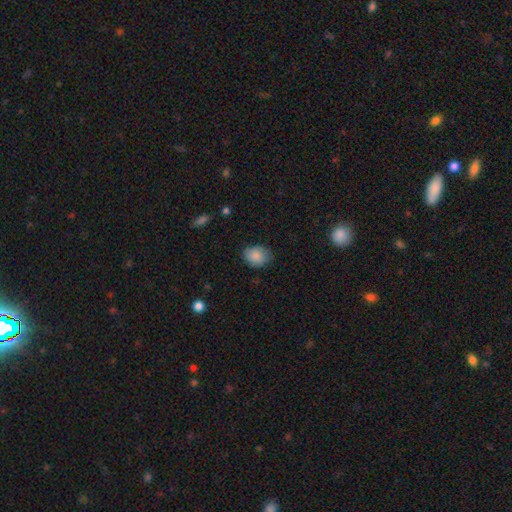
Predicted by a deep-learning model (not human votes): Smooth or featured?
  - smooth: 86% *
  - star or artifact: 8%
  - featured or disk: 6%
How rounded?
  - in between: 53% *
  - round: 46%
  - cigar-shaped: 1%
Merging?
  - none: 71% *
  - minor disturbance: 23%
  - major disturbance: 5%
  - merger: 1%